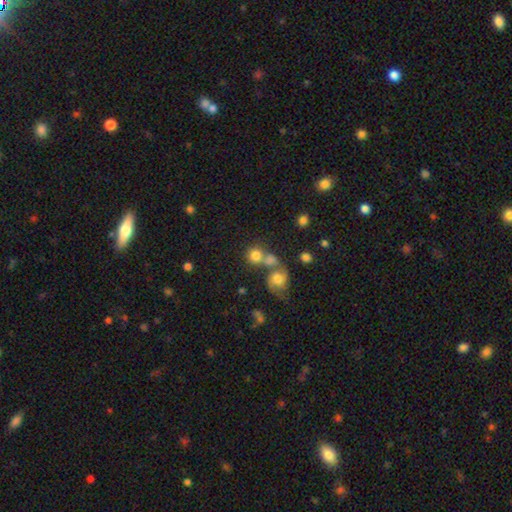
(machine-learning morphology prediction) A smooth galaxy with no disk features (77%) that is round (85%). Merging: none (46%).